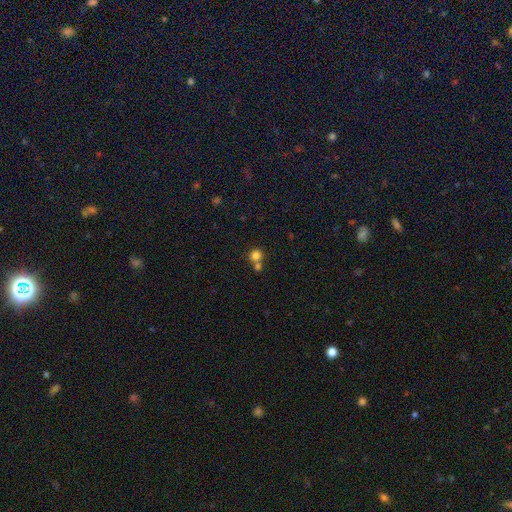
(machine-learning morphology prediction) Smooth or featured? smooth (80%)
How rounded? round (89%)
Merging? none (53%)